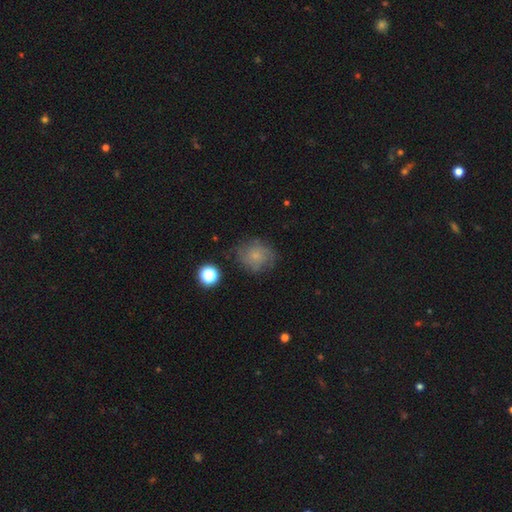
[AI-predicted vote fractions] Smooth or featured: smooth — 56% (featured or disk — 29%)
How rounded: round — 76% (in between — 23%)
Merging: none — 71% (minor disturbance — 20%)